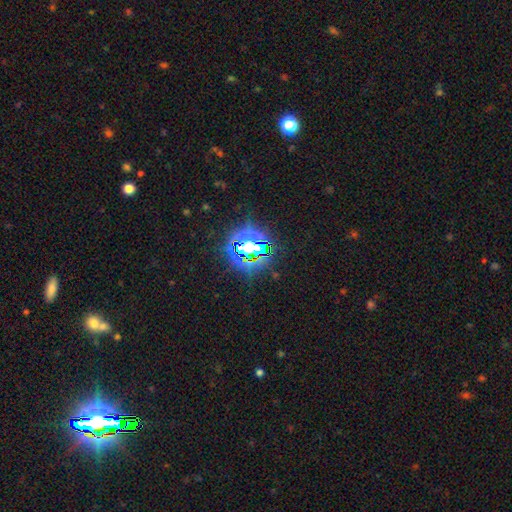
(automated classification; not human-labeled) Smooth or featured? Predicted: star or artifact (p=0.74).